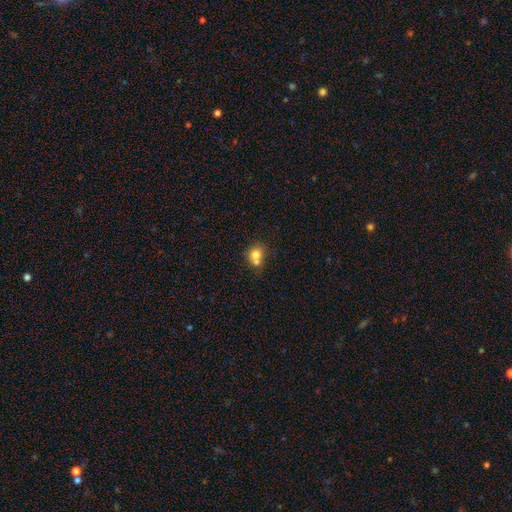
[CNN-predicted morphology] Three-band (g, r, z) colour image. It shows a smooth galaxy with no disk features (76%) that is round (75%). Merging: merger (50%).